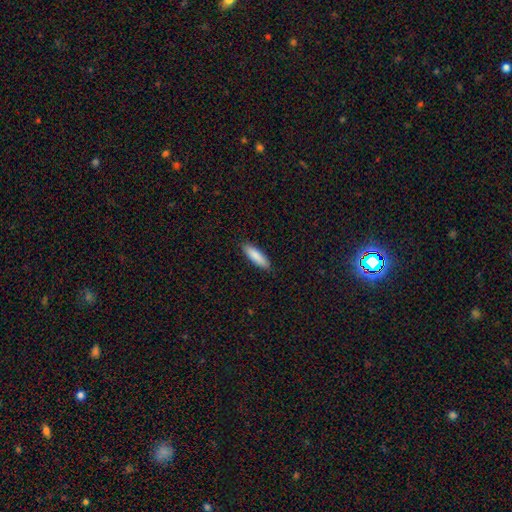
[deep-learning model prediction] smooth 86%, featured or disk 8%, star or artifact 6%. Down the decision tree: how rounded — cigar-shaped (60%); merging — none (89%).